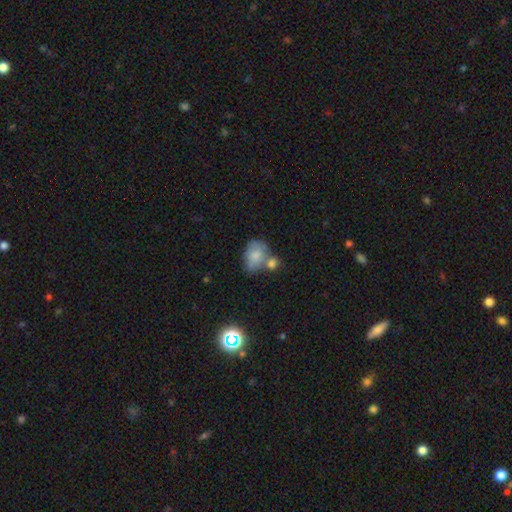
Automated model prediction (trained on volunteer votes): Q: Smooth or featured?
A: smooth (72%); runner-up: featured or disk (19%)
Q: How rounded?
A: in between (66%); runner-up: round (33%)
Q: Merging?
A: merger (39%); runner-up: none (31%)